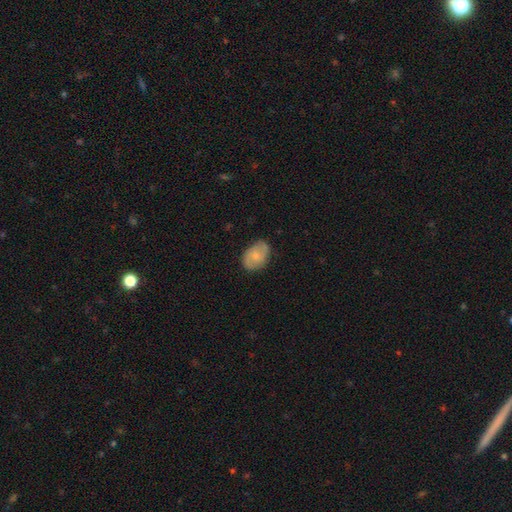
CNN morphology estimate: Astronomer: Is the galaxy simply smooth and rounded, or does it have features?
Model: smooth — 53% (runner-up: featured or disk, 40%).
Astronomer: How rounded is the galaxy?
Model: in between — 82%.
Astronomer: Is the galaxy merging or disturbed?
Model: none — 75%.